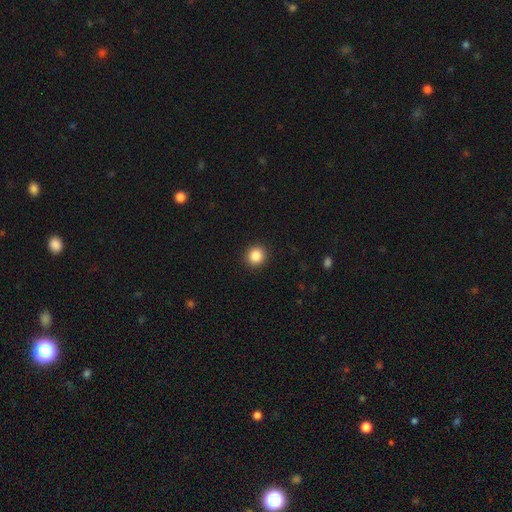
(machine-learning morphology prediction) Q: Smooth or featured?
A: smooth (87%); runner-up: star or artifact (10%)
Q: How rounded?
A: round (90%); runner-up: in between (9%)
Q: Merging?
A: none (92%); runner-up: minor disturbance (5%)